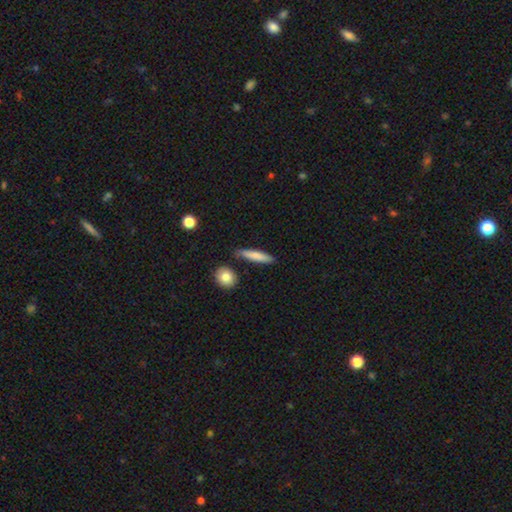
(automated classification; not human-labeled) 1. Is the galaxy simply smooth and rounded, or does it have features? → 79% smooth, 15% featured or disk, 6% star or artifact.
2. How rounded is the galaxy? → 83% cigar-shaped, 14% in between, 2% round.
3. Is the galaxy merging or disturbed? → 83% none, 11% minor disturbance, 4% merger, 2% major disturbance.